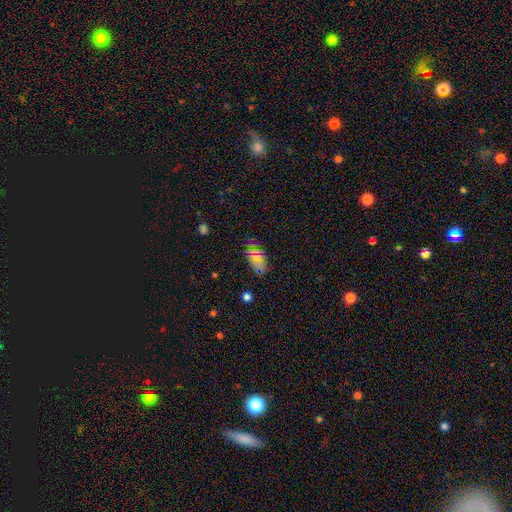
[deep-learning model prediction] smooth 56%, star or artifact 34%, featured or disk 10%. Down the decision tree: how rounded — in between (78%); merging — none (80%).